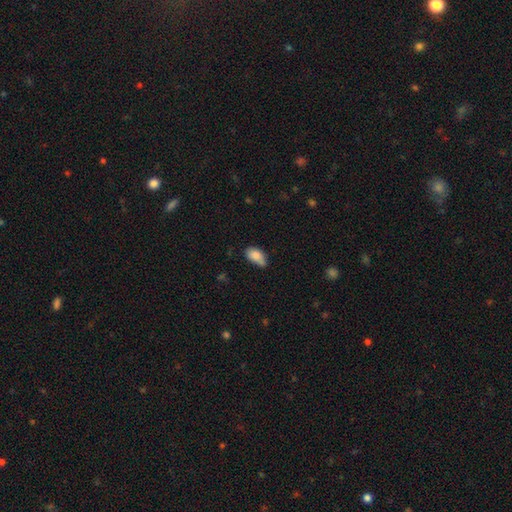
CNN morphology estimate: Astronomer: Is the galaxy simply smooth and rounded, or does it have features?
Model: smooth — 83%.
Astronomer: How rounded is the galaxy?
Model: in between — 90%.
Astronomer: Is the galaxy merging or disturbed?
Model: none — 48% (runner-up: minor disturbance, 34%).